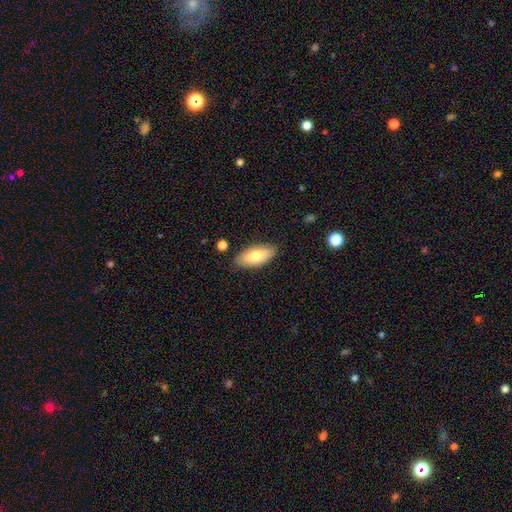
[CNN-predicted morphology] A smooth galaxy with no disk features (72%) that is in between round and cigar-shaped (88%).

Vote fractions:
- Smooth or featured? smooth: 72% / featured or disk: 21% / star or artifact: 6%
- How rounded? in between: 88% / cigar-shaped: 10% / round: 2%
- Merging? none: 85% / minor disturbance: 11% / major disturbance: 2% / merger: 2%